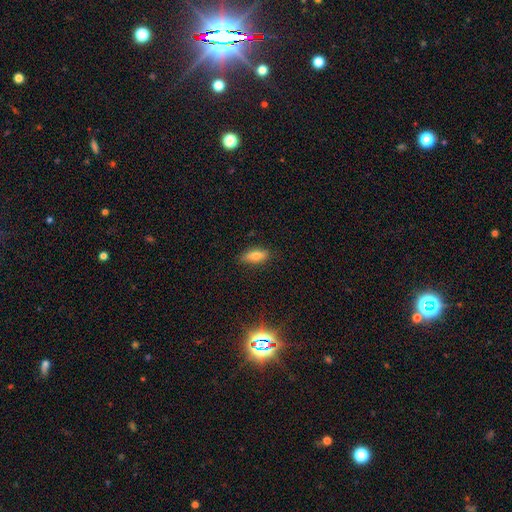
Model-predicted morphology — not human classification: Smooth or featured: smooth — 73% (featured or disk — 19%)
How rounded: in between — 66% (cigar-shaped — 31%)
Merging: none — 84% (minor disturbance — 12%)